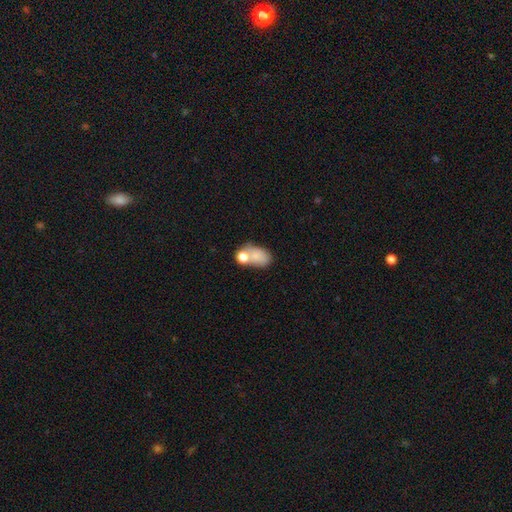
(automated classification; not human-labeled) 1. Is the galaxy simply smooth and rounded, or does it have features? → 73% smooth, 17% featured or disk, 10% star or artifact.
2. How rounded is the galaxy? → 82% in between, 16% round, 2% cigar-shaped.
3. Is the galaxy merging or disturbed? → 43% merger, 32% none, 15% minor disturbance, 10% major disturbance.